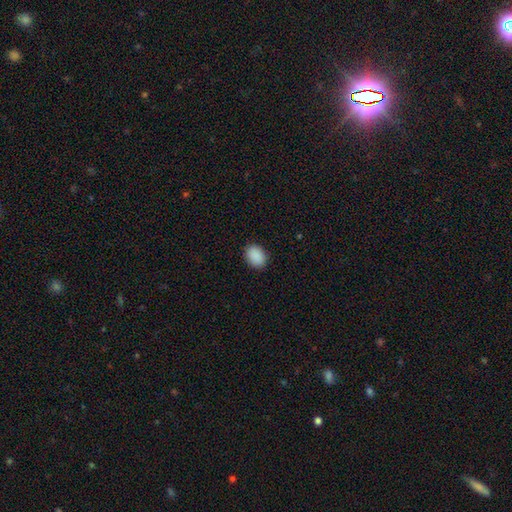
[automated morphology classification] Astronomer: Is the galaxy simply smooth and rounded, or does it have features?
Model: smooth — 90%.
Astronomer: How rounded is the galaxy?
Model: in between — 66%.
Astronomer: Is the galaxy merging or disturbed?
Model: none — 88%.